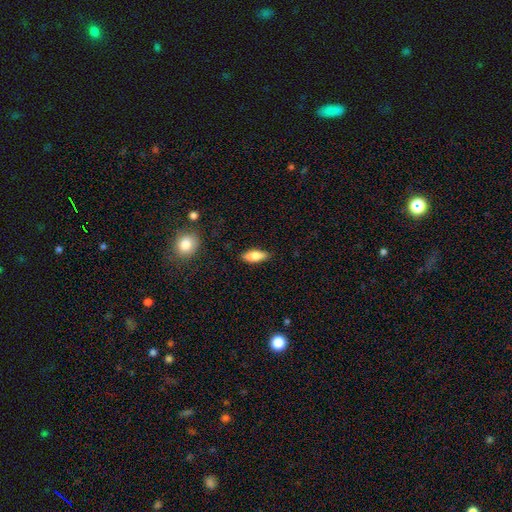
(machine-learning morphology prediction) type=smooth (80%); roundness=in between (64%); merging=none (86%).